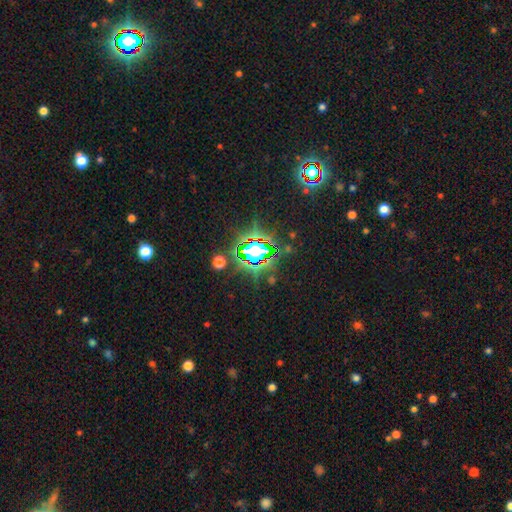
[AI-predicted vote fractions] Q: Smooth or featured?
A: star or artifact (80%); runner-up: smooth (11%)